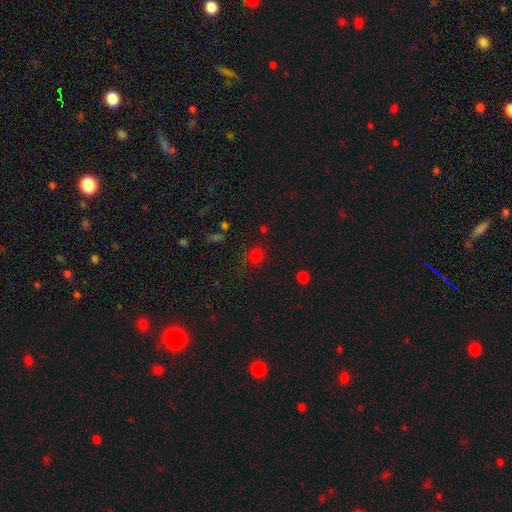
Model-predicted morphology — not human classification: smooth 72%, star or artifact 22%, featured or disk 5%. Down the decision tree: how rounded — round (86%); merging — none (77%).